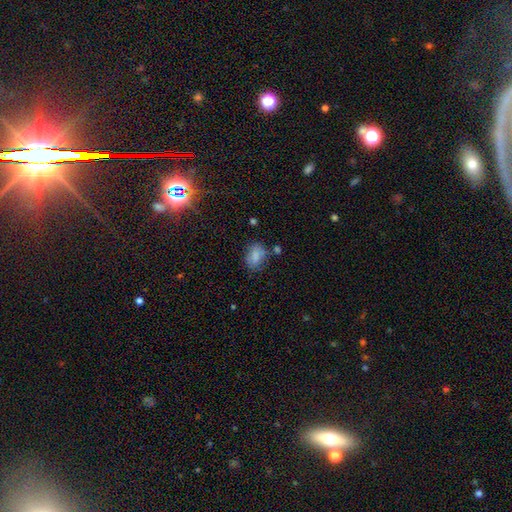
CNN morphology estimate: The model was most divided on "merging": none: 65%, minor disturbance: 21%, merger: 7%, major disturbance: 7%. More confident: smooth or featured — smooth (79%); how rounded — in between (76%).